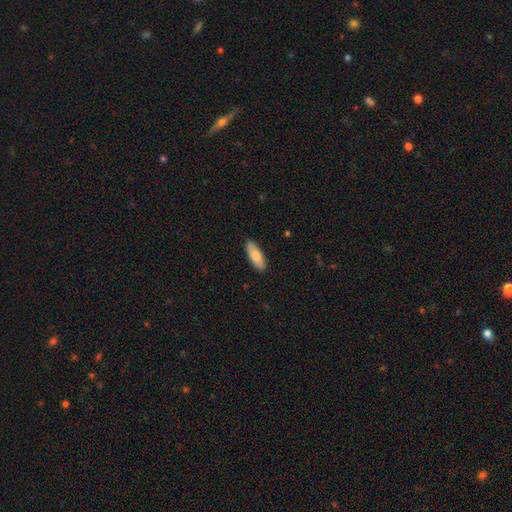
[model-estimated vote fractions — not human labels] Smooth or featured? smooth (83%)
How rounded? in between (66%)
Merging? none (88%)